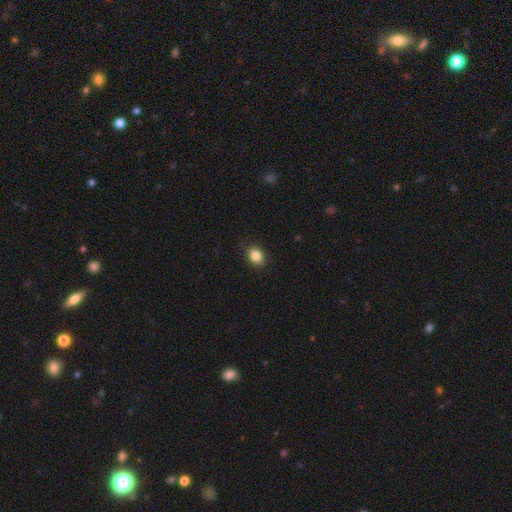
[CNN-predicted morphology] This appears to be a smooth galaxy with no disk features (85%) that is in between round and cigar-shaped (58%). Merging: none (86%).